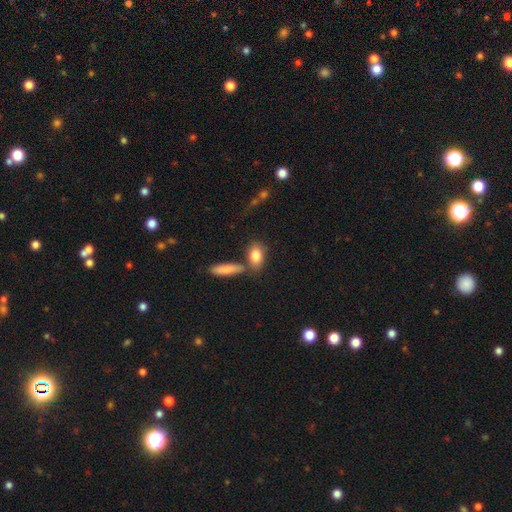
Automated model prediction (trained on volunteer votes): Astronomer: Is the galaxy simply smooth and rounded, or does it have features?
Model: smooth — 83%.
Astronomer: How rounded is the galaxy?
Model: in between — 78%.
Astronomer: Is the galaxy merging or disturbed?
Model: none — 60%.